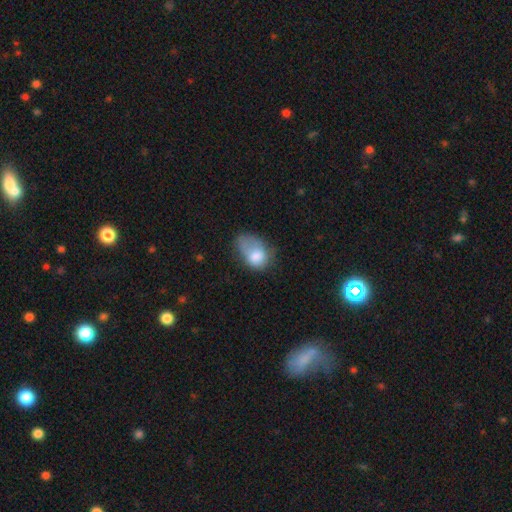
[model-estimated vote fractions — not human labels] This is likely a smooth galaxy (74%). How rounded: likely in between (80%). Merging: marginally major disturbance (38%).